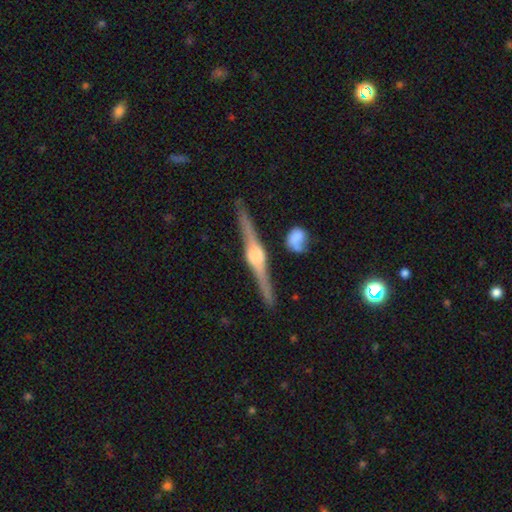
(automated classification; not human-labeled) Smooth or featured? featured or disk (88%)
Edge-on disk? yes (98%)
Edge-on bulge? rounded (89%)
Merging? none (87%)